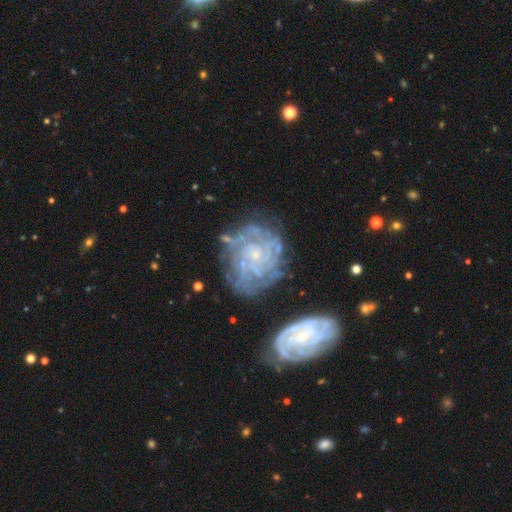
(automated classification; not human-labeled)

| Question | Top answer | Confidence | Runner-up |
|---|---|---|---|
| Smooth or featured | featured or disk | 82% | smooth (11%) |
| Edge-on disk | no | 97% | yes (3%) |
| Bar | no | 77% | weak (18%) |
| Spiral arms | yes | 89% | no (11%) |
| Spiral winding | tight | 71% | medium (22%) |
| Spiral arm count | can't tell | 43% | 4 (16%) |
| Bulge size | small | 78% | moderate (12%) |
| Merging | none | 51% | minor disturbance (18%) |